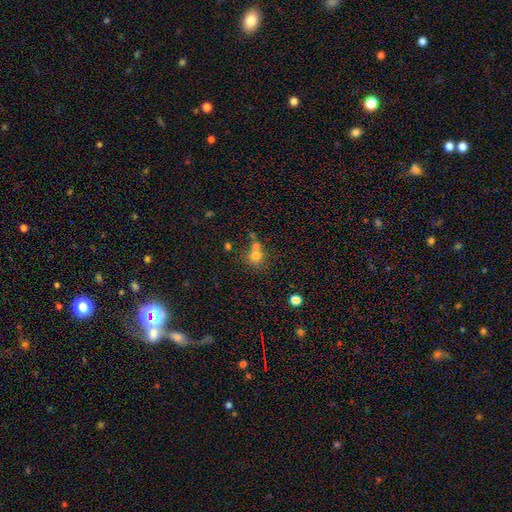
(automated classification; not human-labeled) A smooth galaxy with no disk features (72%) that is round (82%).

Vote fractions:
- Smooth or featured? smooth: 72% / star or artifact: 15% / featured or disk: 13%
- How rounded? round: 82% / in between: 17% / cigar-shaped: 1%
- Merging? merger: 45% / none: 43% / minor disturbance: 8% / major disturbance: 4%